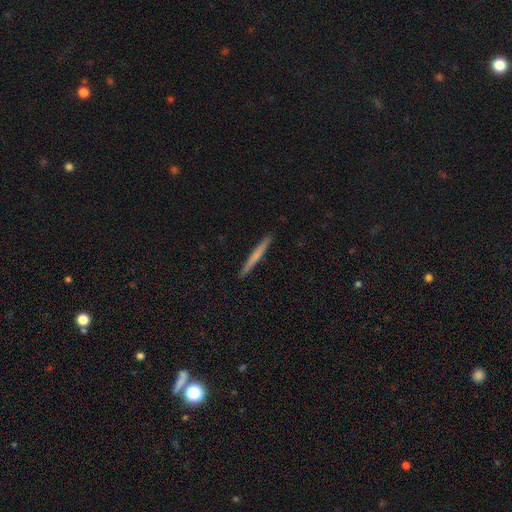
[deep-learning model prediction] This appears to be a smooth galaxy with no disk features (60%) that is cigar-shaped (97%). Merging: none (93%).